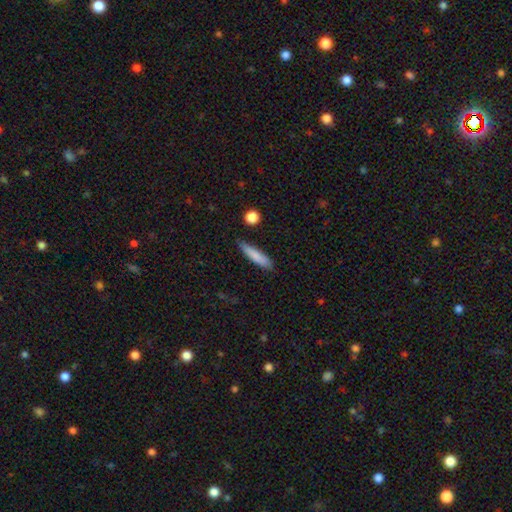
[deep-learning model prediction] Q: Smooth or featured?
A: smooth (81%); runner-up: featured or disk (12%)
Q: How rounded?
A: cigar-shaped (82%); runner-up: in between (17%)
Q: Merging?
A: none (80%); runner-up: minor disturbance (15%)